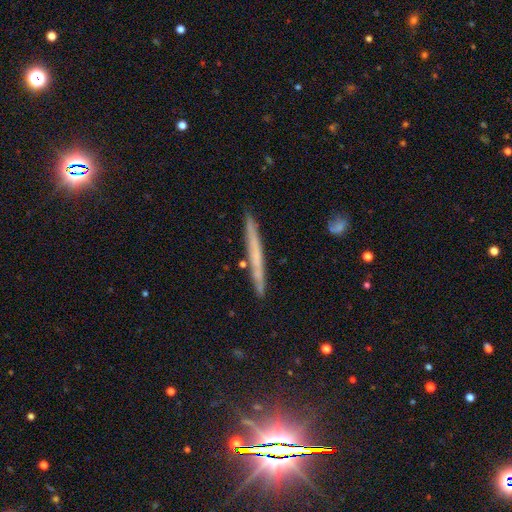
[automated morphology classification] This appears to be a smooth galaxy with no disk features (46%). Merging: none (88%).